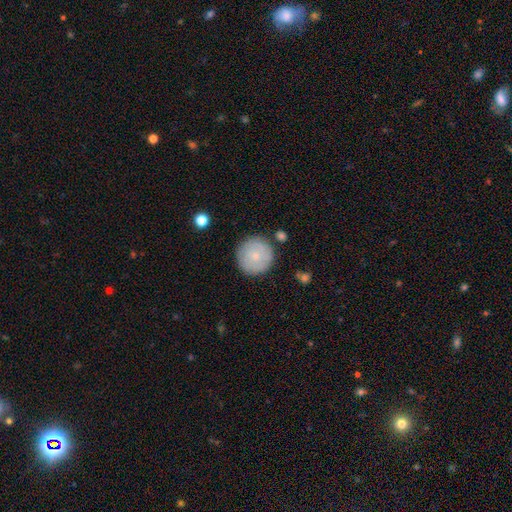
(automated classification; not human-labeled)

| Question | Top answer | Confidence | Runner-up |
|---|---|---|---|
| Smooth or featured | smooth | 70% | featured or disk (24%) |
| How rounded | round | 96% | in between (3%) |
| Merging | none | 85% | minor disturbance (10%) |